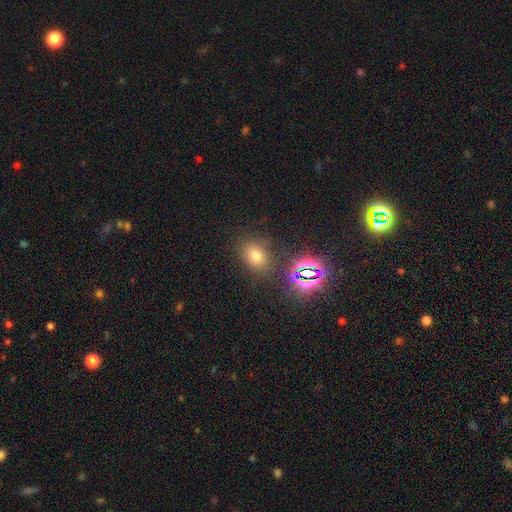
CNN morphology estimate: smooth 65%, star or artifact 25%, featured or disk 10%. Down the decision tree: how rounded — in between (55%); merging — none (79%).